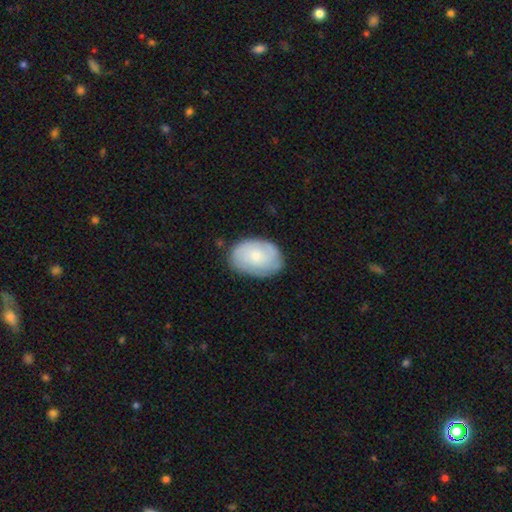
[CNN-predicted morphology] Smooth or featured? Predicted: smooth (p=0.56). How rounded? Predicted: in between (p=0.81). Merging? Predicted: none (p=0.76).